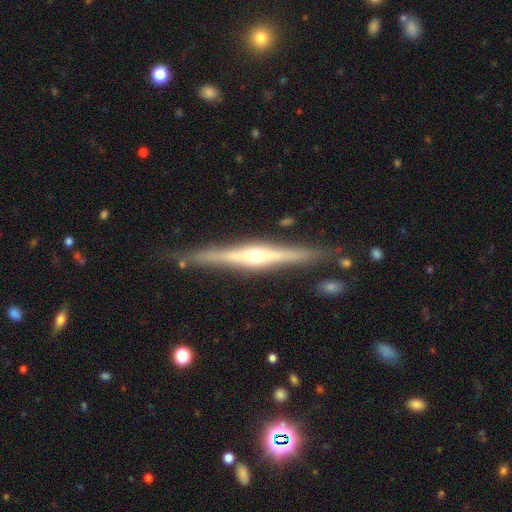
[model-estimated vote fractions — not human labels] smooth-or-featured: featured or disk: 84% | smooth: 10% | star or artifact: 5%
  disk-edge-on: yes: 98% | no: 2%
    edge-on-bulge: rounded: 87% | boxy: 7% | none: 6%
  merging: none: 86% | minor disturbance: 10% | merger: 2% | major disturbance: 2%